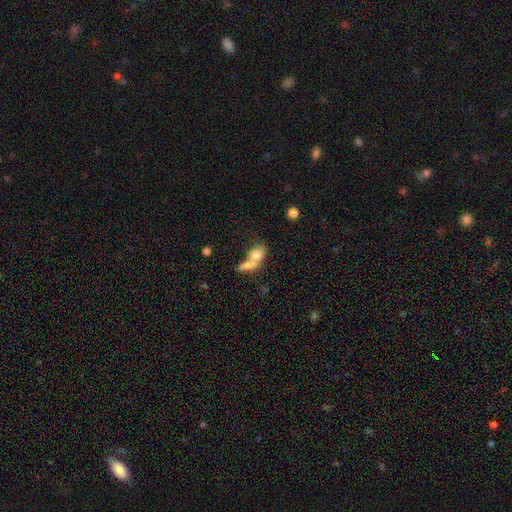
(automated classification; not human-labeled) Smooth or featured? smooth (70%)
How rounded? in between (71%)
Merging? merger (67%)